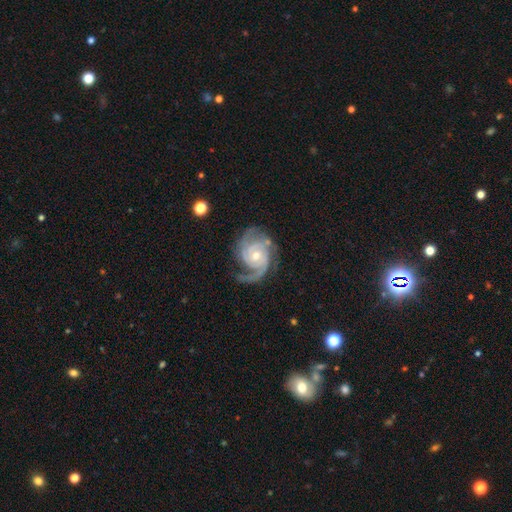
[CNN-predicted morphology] A featured or disk galaxy (92%) with no bar (67%), 2 (48%) tight (58%) spiral arms (98%) and a moderate central bulge (49%). Merging: none (66%).